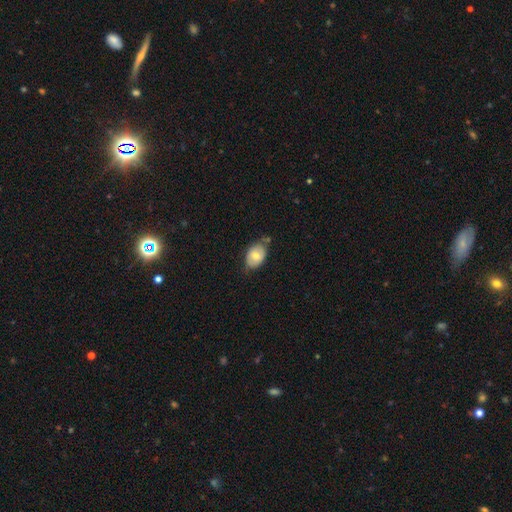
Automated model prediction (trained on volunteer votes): A smooth galaxy with no disk features (66%) that is in between round and cigar-shaped (82%). Merging: none (62%).